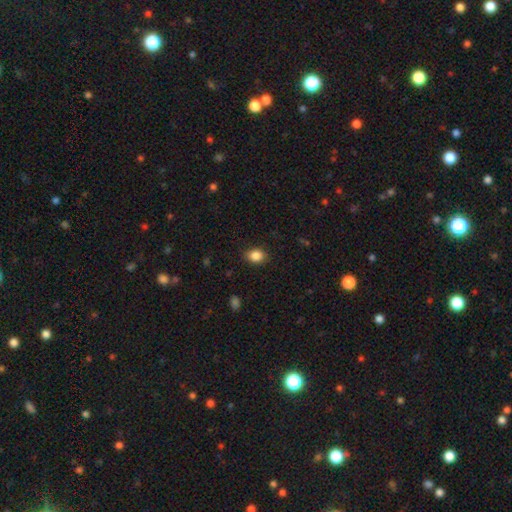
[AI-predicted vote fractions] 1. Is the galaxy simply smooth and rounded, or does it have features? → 87% smooth, 9% star or artifact, 4% featured or disk.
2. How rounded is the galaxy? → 61% in between, 38% round, 1% cigar-shaped.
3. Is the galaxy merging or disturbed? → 87% none, 9% minor disturbance, 2% major disturbance, 1% merger.